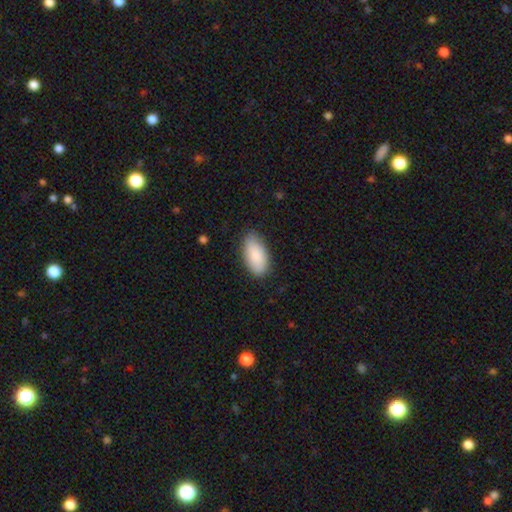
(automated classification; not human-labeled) Smooth or featured? smooth (86%)
How rounded? in between (93%)
Merging? none (82%)